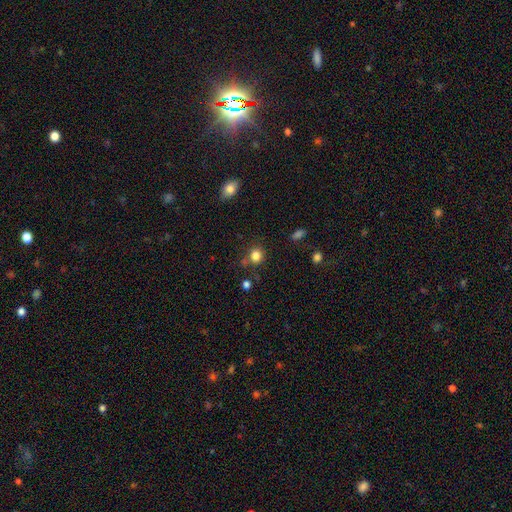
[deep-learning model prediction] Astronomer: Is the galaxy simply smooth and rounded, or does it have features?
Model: smooth — 82%.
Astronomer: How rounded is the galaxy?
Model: round — 83%.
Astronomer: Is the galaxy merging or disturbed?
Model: none — 73%.